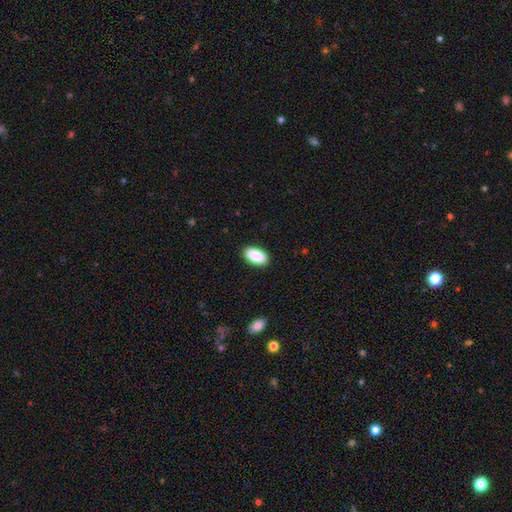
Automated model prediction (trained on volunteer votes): Smooth or featured? Predicted: smooth (p=0.90). How rounded? Predicted: in between (p=0.94). Merging? Predicted: none (p=0.89).